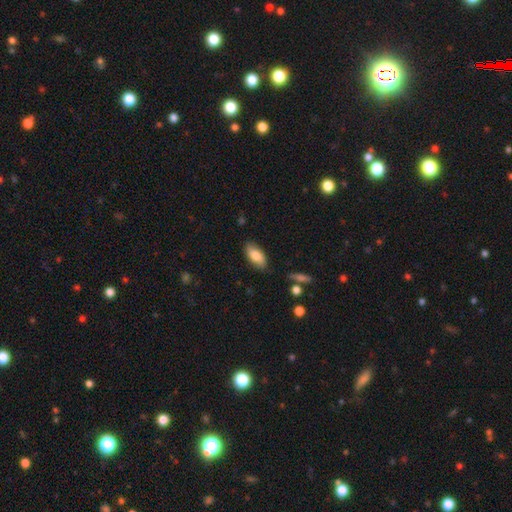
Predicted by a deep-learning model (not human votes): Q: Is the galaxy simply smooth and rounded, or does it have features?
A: smooth — 80%.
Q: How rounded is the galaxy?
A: in between — 90%.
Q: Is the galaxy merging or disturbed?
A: none — 80%.